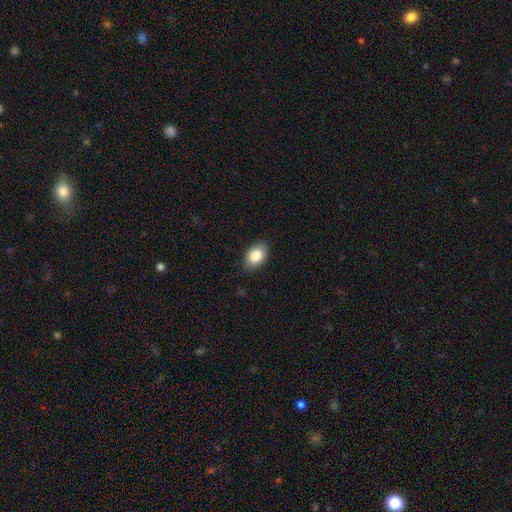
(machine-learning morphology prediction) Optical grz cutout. It shows a smooth galaxy with no disk features (85%) that is in between round and cigar-shaped (84%). Merging: none (85%).